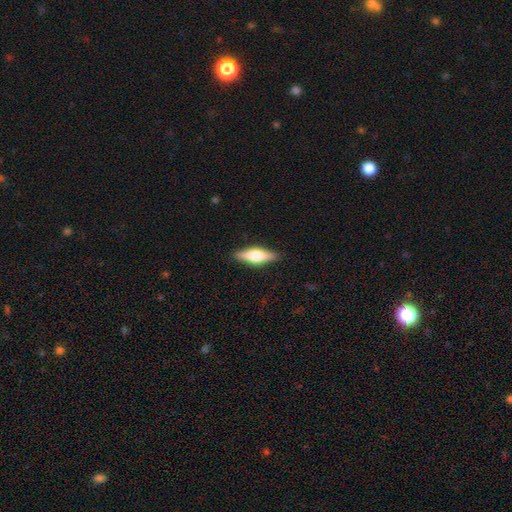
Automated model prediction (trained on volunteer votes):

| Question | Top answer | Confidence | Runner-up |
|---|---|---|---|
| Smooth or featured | featured or disk | 49% | smooth (45%) |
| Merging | none | 89% | minor disturbance (9%) |